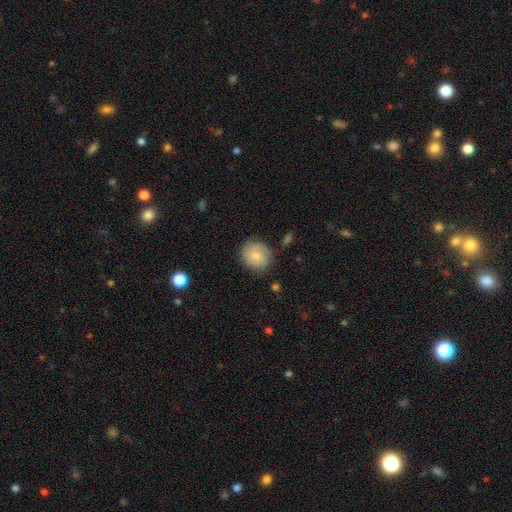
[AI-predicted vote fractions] This is possibly a smooth galaxy (60%). How rounded: clearly round (81%). Merging: likely none (75%).